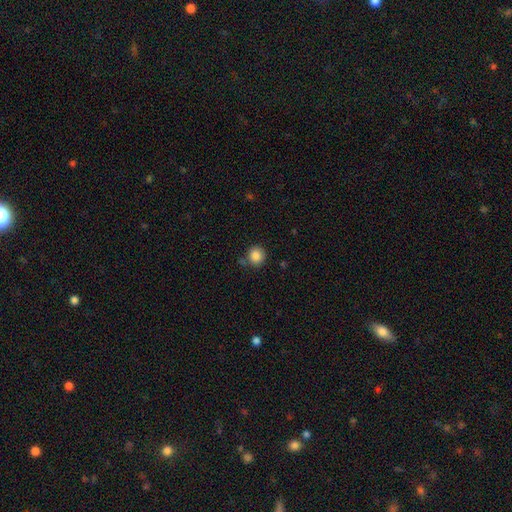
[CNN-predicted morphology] A smooth galaxy with no disk features (86%) that is round (88%).

Vote fractions:
- Smooth or featured? smooth: 86% / star or artifact: 10% / featured or disk: 5%
- How rounded? round: 88% / in between: 11% / cigar-shaped: 1%
- Merging? none: 79% / minor disturbance: 12% / merger: 7% / major disturbance: 3%